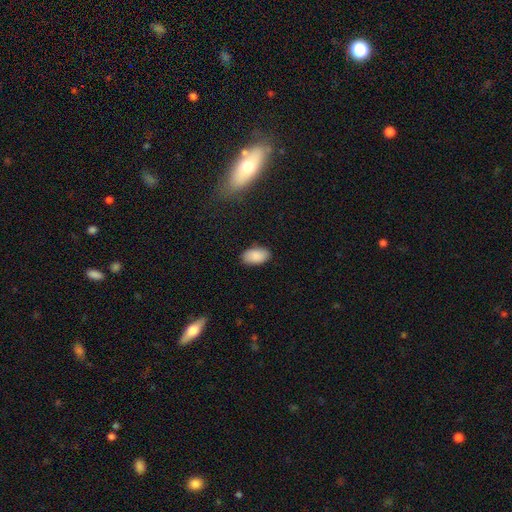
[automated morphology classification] This is clearly a smooth galaxy (89%). How rounded: clearly in between (94%). Merging: clearly none (86%).